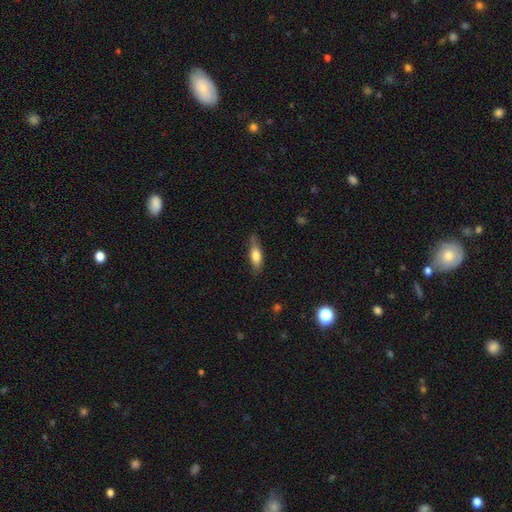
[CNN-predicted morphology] smooth_or_featured: smooth (p=0.66) [alt: featured or disk p=0.28]
how_rounded: in between (p=0.50) [alt: cigar-shaped p=0.47]
merging: none (p=0.75) [alt: minor disturbance p=0.19]